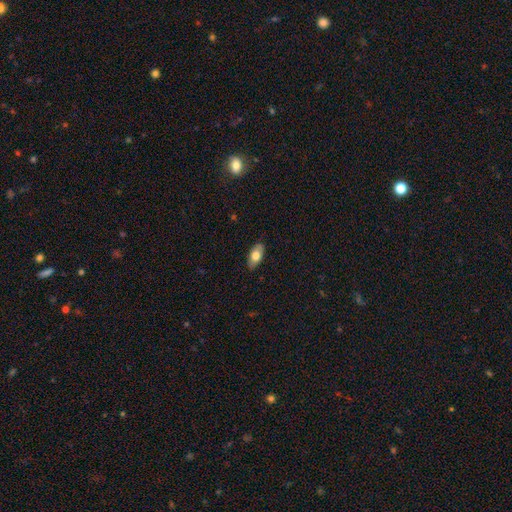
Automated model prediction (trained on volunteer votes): This is likely a smooth galaxy (72%). How rounded: clearly in between (91%). Merging: clearly none (85%).